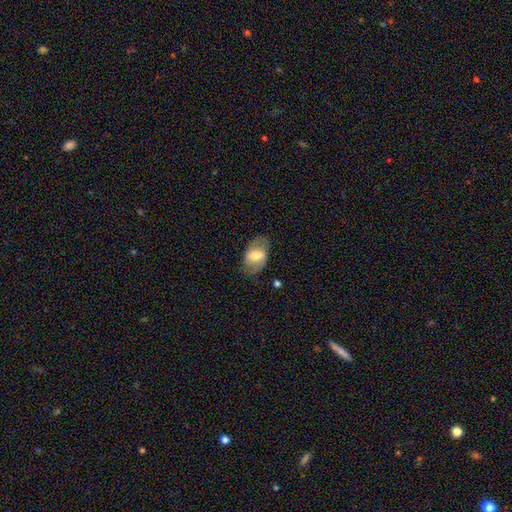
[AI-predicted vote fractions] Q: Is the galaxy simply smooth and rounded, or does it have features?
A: smooth — 52%.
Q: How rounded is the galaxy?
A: in between — 88%.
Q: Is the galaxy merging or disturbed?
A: none — 77%.